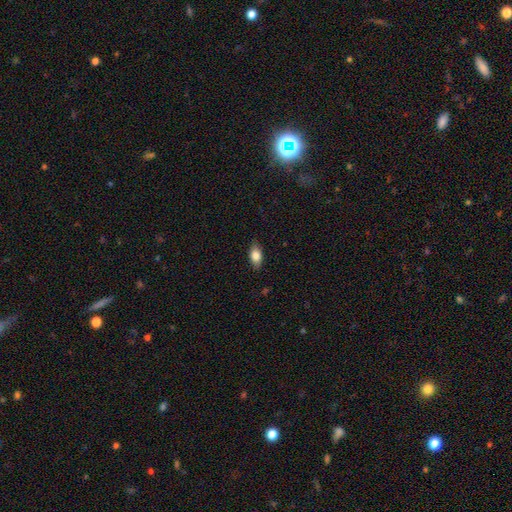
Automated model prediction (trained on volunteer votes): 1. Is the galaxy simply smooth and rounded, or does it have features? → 79% smooth, 14% featured or disk, 7% star or artifact.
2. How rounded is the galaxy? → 87% in between, 7% cigar-shaped, 5% round.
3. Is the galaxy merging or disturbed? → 85% none, 12% minor disturbance, 2% major disturbance, 1% merger.